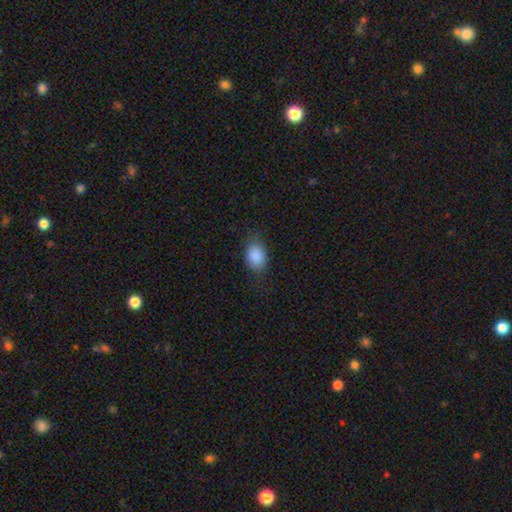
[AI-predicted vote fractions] smooth-or-featured: smooth: 88% | star or artifact: 7% | featured or disk: 4%
  how-rounded: in between: 79% | round: 20% | cigar-shaped: 1%
  merging: none: 74% | minor disturbance: 20% | major disturbance: 5% | merger: 1%